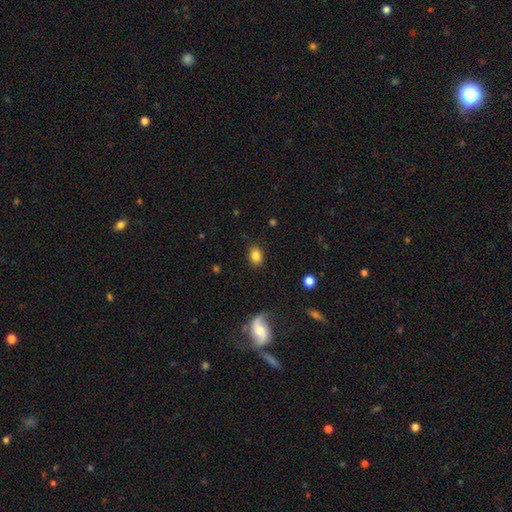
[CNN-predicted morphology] smooth 82%, star or artifact 10%, featured or disk 8%. Down the decision tree: how rounded — in between (63%); merging — none (85%).